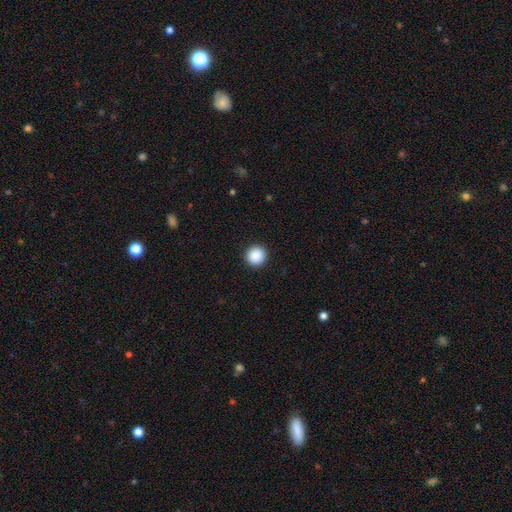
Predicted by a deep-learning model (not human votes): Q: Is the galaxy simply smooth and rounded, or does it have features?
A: smooth — 89%.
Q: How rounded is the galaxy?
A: round — 95%.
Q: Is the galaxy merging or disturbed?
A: none — 93%.